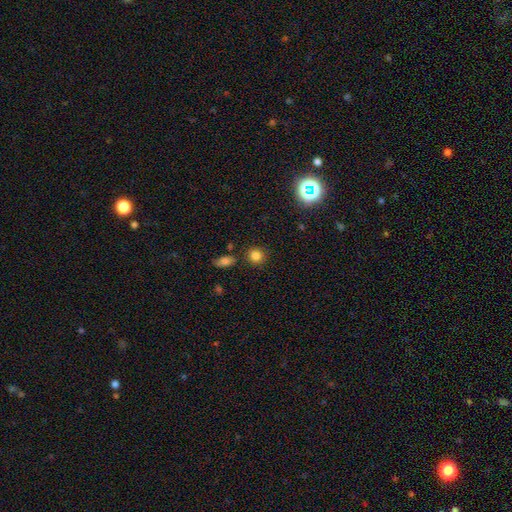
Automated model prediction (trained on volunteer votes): Smooth or featured? Predicted: smooth (p=0.81). How rounded? Predicted: round (p=0.87). Merging? Predicted: none (p=0.85).